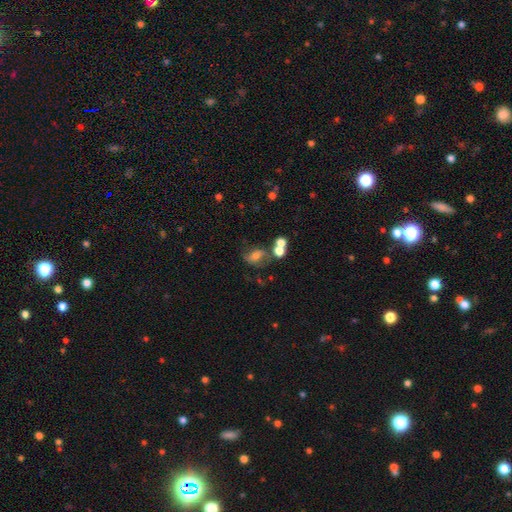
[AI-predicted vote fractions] This is possibly a smooth galaxy (50%). Merging: marginally none (40%).